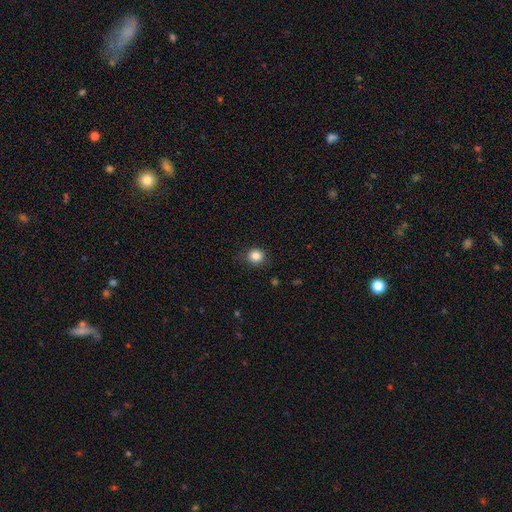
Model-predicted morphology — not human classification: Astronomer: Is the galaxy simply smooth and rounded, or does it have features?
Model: smooth — 84%.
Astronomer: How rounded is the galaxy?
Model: round — 87%.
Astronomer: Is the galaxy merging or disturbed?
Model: none — 88%.